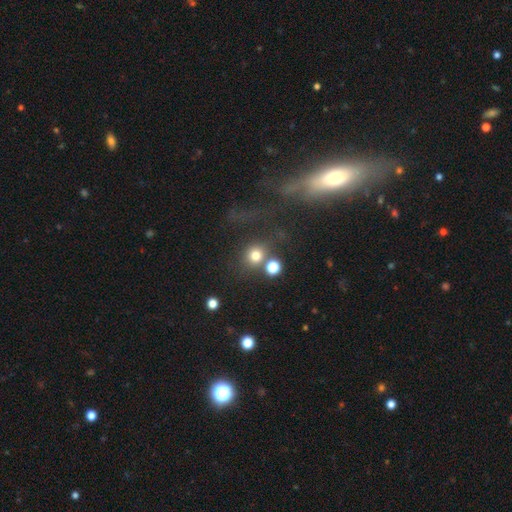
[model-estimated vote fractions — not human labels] A smooth galaxy with no disk features (74%) that is round (85%). Merging: none (57%).